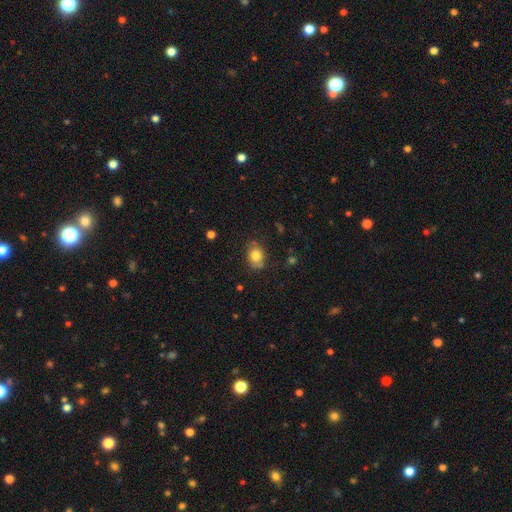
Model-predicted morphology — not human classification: Smooth or featured? smooth (78%)
How rounded? in between (56%)
Merging? none (73%)